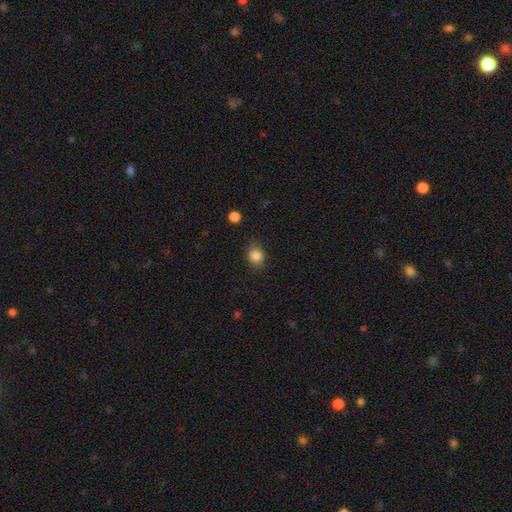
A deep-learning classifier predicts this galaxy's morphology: A smooth galaxy with no disk features (86%) that is round (66%). Merging: none (82%).